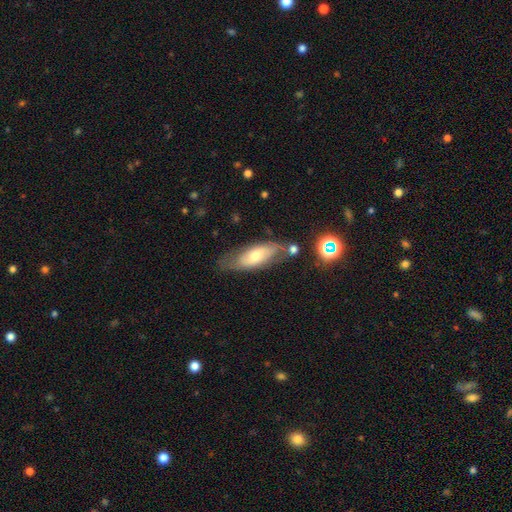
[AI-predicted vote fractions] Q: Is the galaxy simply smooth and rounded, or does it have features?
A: smooth — 48%.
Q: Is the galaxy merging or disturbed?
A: none — 62%.